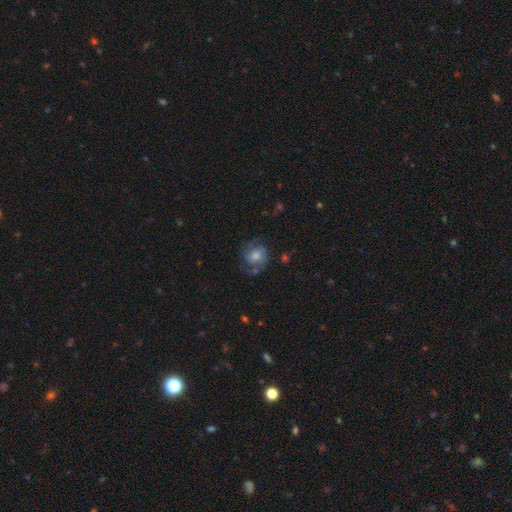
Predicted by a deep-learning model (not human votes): Q: Smooth or featured?
A: featured or disk (48%); runner-up: smooth (42%)
Q: Merging?
A: none (58%); runner-up: minor disturbance (22%)